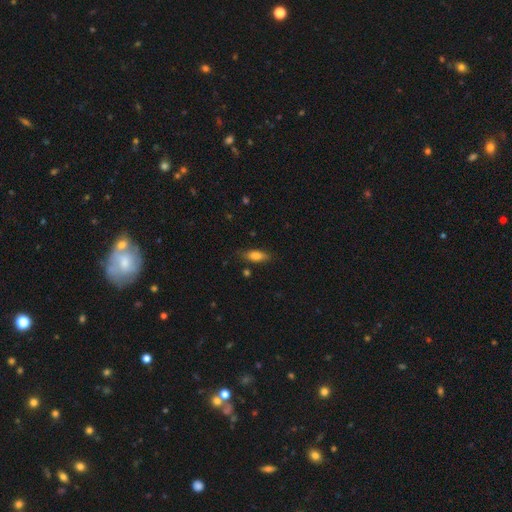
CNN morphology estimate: Smooth or featured? smooth (77%)
How rounded? in between (72%)
Merging? none (78%)